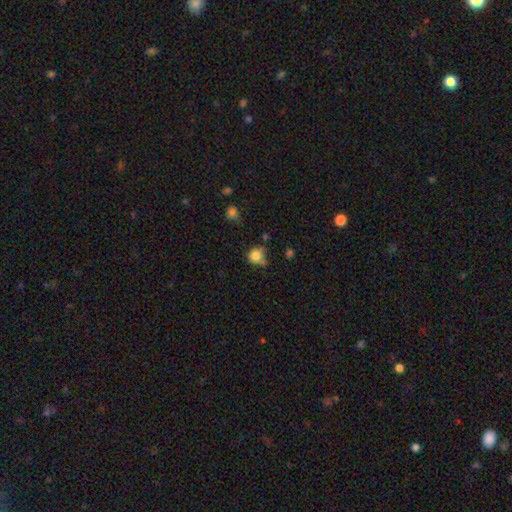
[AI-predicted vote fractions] A smooth galaxy with no disk features (81%) that is round (79%). Merging: none (56%).